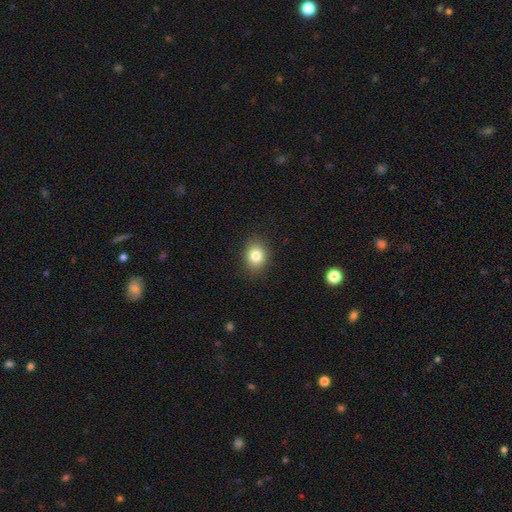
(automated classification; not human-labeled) Smooth or featured: smooth — 82% (star or artifact — 10%)
How rounded: round — 58% (in between — 41%)
Merging: none — 87% (minor disturbance — 9%)